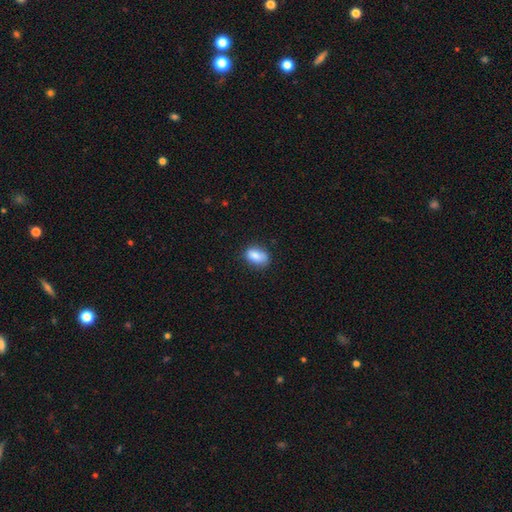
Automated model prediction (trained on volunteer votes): Smooth or featured? smooth (84%)
How rounded? in between (85%)
Merging? none (70%)